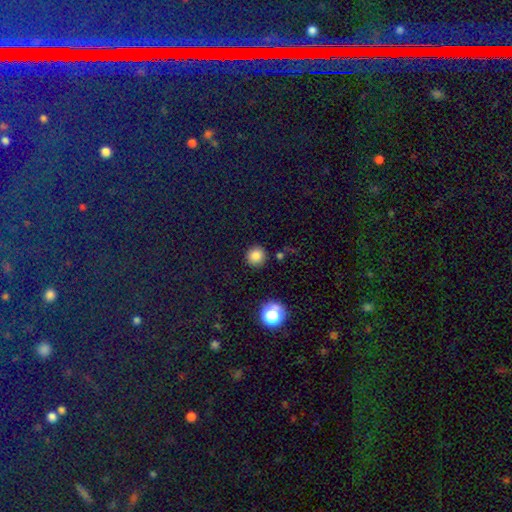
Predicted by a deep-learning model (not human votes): Morphology: type=smooth (82%); roundness=round (93%); merging=none (88%).